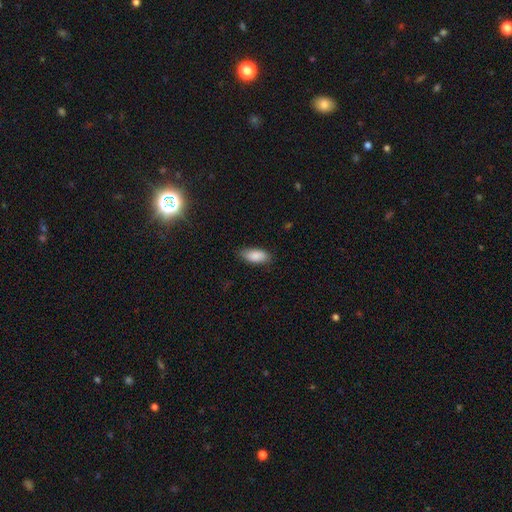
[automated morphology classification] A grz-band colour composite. It shows a smooth galaxy with no disk features (88%) that is in between round and cigar-shaped (87%). Merging: none (83%).